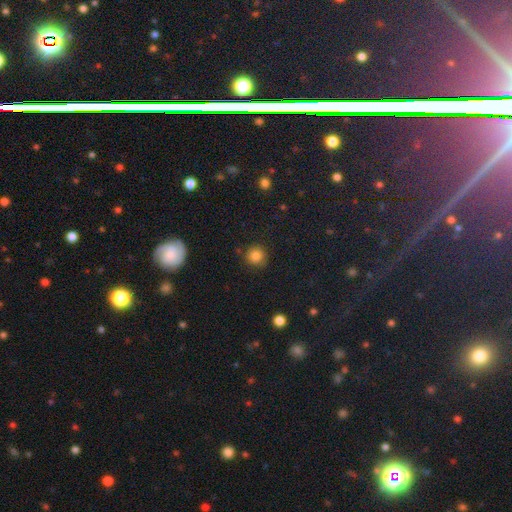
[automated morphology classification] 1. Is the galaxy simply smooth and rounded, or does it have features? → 83% smooth, 12% star or artifact, 5% featured or disk.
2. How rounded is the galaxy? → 92% round, 7% in between, 1% cigar-shaped.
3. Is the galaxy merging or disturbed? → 85% none, 10% minor disturbance, 3% major disturbance, 2% merger.